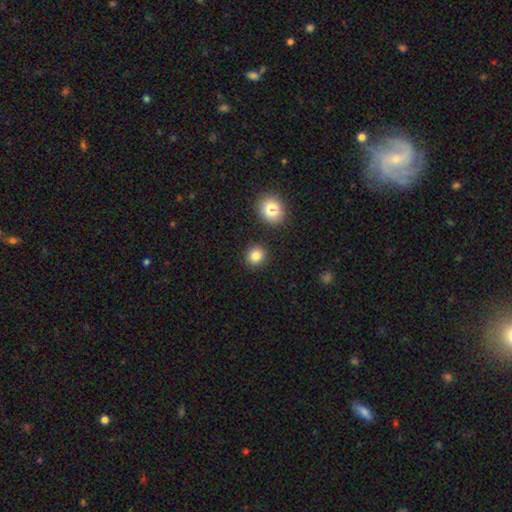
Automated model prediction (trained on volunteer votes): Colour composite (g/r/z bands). It shows a smooth galaxy with no disk features (84%) that is round (83%). Merging: none (89%).